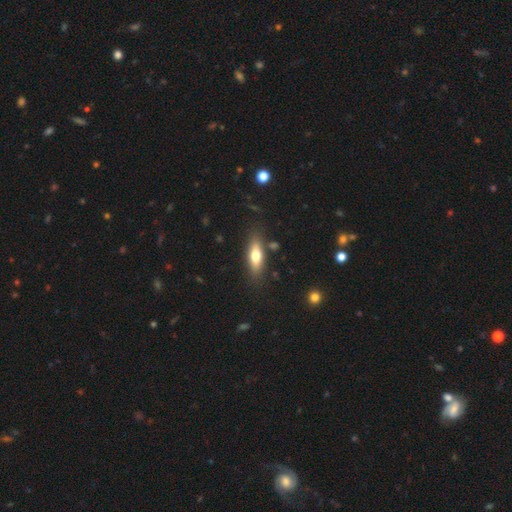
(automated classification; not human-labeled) Q: Smooth or featured?
A: smooth (65%); runner-up: featured or disk (28%)
Q: How rounded?
A: in between (56%); runner-up: cigar-shaped (41%)
Q: Merging?
A: none (82%); runner-up: minor disturbance (12%)